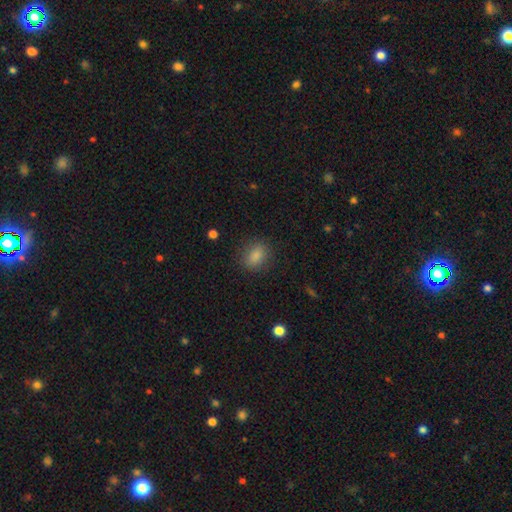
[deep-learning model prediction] smooth-or-featured: smooth: 86% | star or artifact: 9% | featured or disk: 5%
  how-rounded: in between: 61% | round: 37% | cigar-shaped: 2%
  merging: none: 84% | minor disturbance: 11% | major disturbance: 4% | merger: 1%